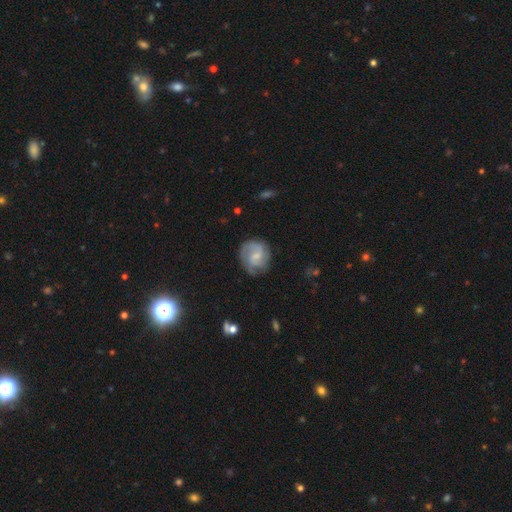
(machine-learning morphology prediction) Overall: featured or disk (66%; smooth 28%). Edge-on disk: no (98%). Bar: weak (50%; no 41%). Spiral arms: yes (92%). Spiral arm count: 2 (59%). Spiral winding: medium (47%; tight 32%). Bulge size: small (48%; moderate 32%). Merging: none (71%).